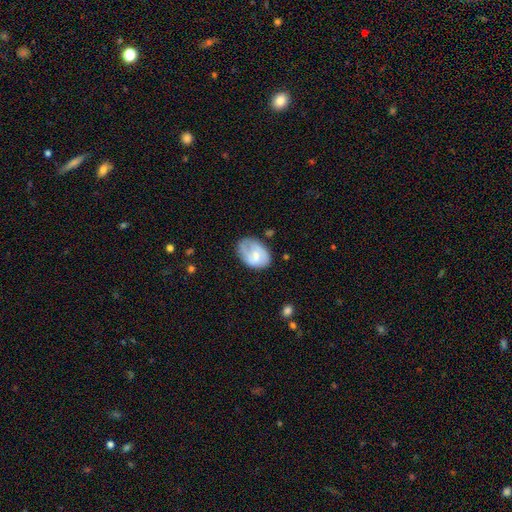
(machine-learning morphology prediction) This appears to be a smooth galaxy with no disk features (52%) that is in between round and cigar-shaped (82%). Merging: none (54%).